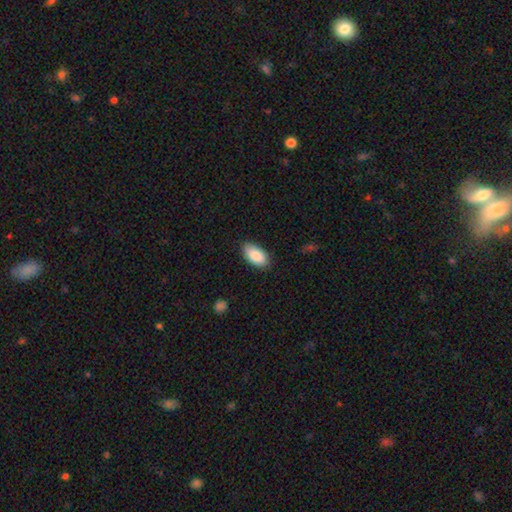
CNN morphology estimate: Smooth or featured? smooth (88%)
How rounded? in between (95%)
Merging? none (85%)